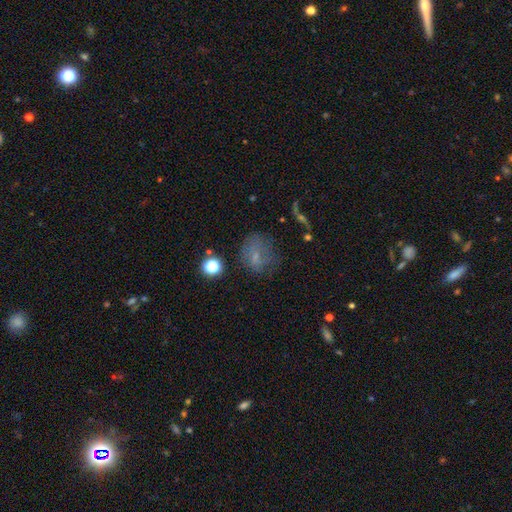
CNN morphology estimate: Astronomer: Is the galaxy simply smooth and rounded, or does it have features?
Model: smooth — 53%.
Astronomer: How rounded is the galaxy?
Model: round — 54% (runner-up: in between, 44%).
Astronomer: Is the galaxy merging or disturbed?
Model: none — 54%.